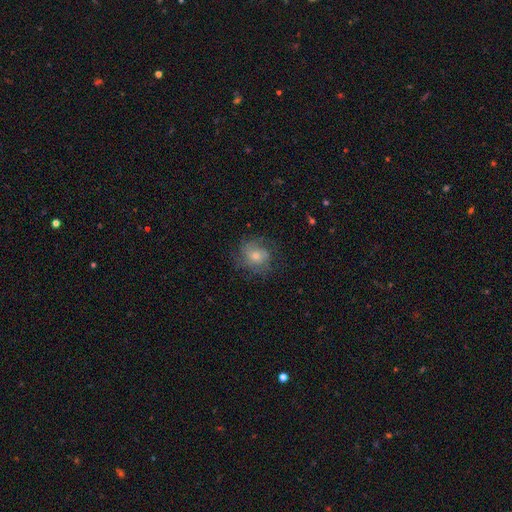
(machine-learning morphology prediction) This appears to be a featured or disk galaxy (64%) with no bar (71%), tight (43%) spiral arms (90%) and a moderate central bulge (54%). Merging: none (73%).